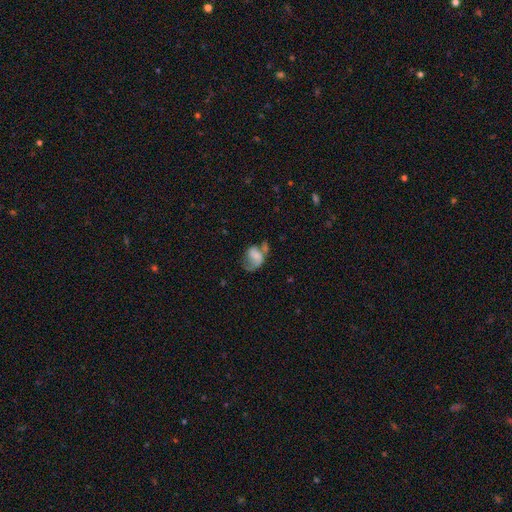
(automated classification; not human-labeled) Smooth or featured: smooth — 50% (featured or disk — 40%)
How rounded: in between — 67% (round — 32%)
Merging: major disturbance — 33% (none — 24%)